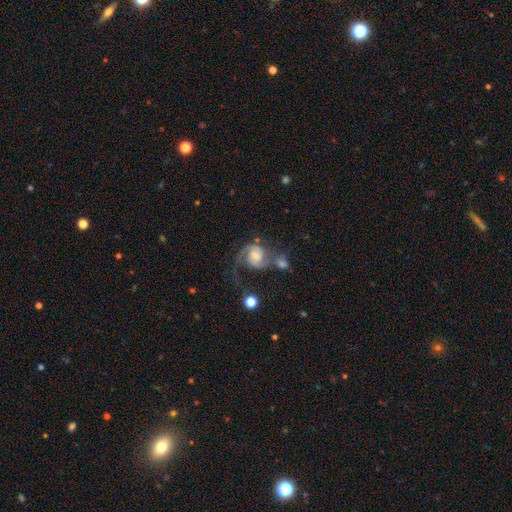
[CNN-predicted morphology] Smooth or featured: featured or disk — 81% (smooth — 12%)
Edge-on disk: no — 98% (yes — 2%)
Bar: no — 56% (weak — 37%)
Spiral arms: yes — 96% (no — 4%)
Spiral winding: medium — 48% (loose — 27%)
Spiral arm count: 2 — 80% (1 — 10%)
Bulge size: small — 40% (moderate — 38%)
Merging: none — 36% (merger — 25%)